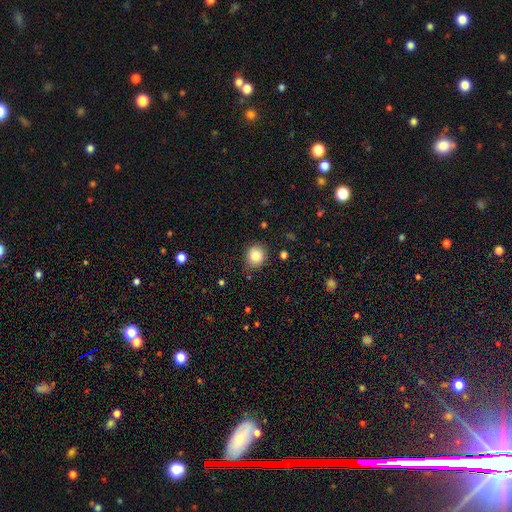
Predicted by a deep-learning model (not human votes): A smooth galaxy with no disk features (83%) that is round (81%).

Vote fractions:
- Smooth or featured? smooth: 83% / star or artifact: 10% / featured or disk: 7%
- How rounded? round: 81% / in between: 18% / cigar-shaped: 1%
- Merging? none: 83% / minor disturbance: 12% / major disturbance: 3% / merger: 2%